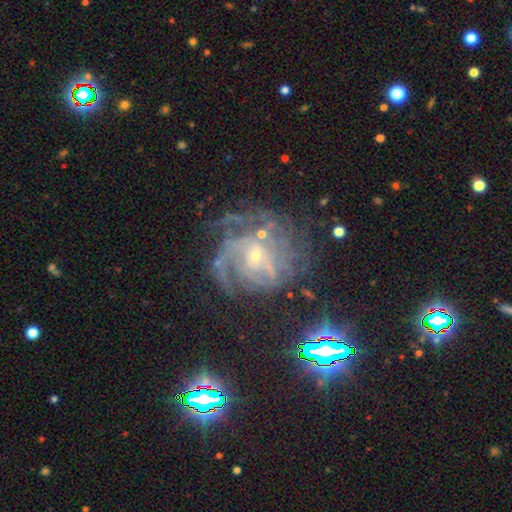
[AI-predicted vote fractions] The model was most divided on "bar": no: 52%, weak: 37%, strong: 11%. Remaining: edge-on disk — no (98%); spiral arms — yes (93%); smooth or featured — featured or disk (80%); bulge size — small (79%); merging — none (60%); spiral winding — tight (52%); spiral arm count — can't tell (38%).